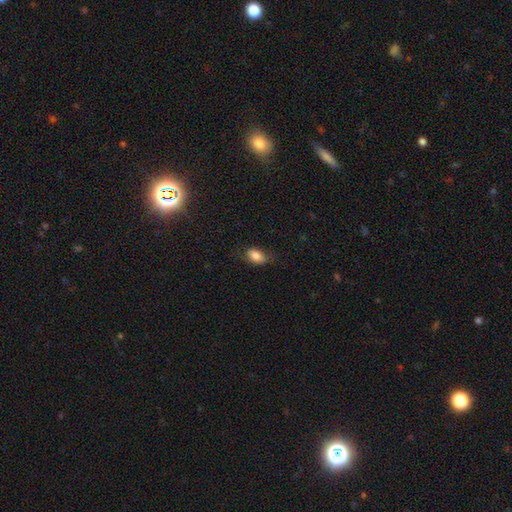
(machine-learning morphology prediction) The model was most divided on "merging": none: 67%, minor disturbance: 24%, major disturbance: 8%, merger: 1%. More confident: how rounded — in between (86%); smooth or featured — smooth (82%).